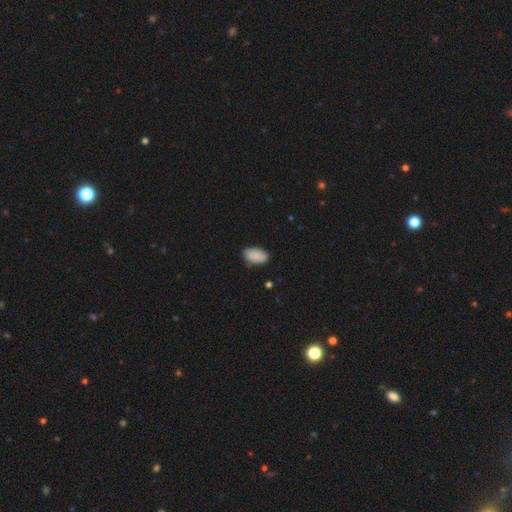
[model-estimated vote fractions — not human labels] Smooth or featured? Predicted: smooth (p=0.89). How rounded? Predicted: in between (p=0.94). Merging? Predicted: none (p=0.82).